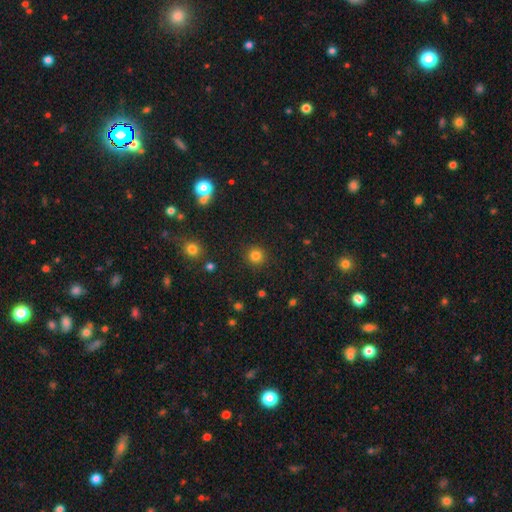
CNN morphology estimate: The model was most divided on "smooth or featured": smooth: 81%, star or artifact: 14%, featured or disk: 5%. More confident: how rounded — round (93%); merging — none (90%).